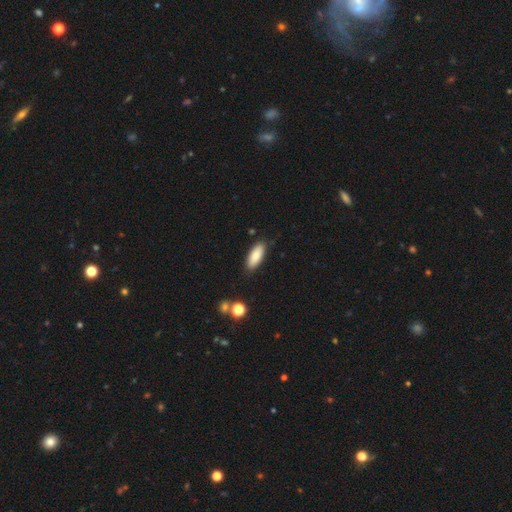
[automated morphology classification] type=smooth (84%); roundness=in between (76%); merging=none (85%).